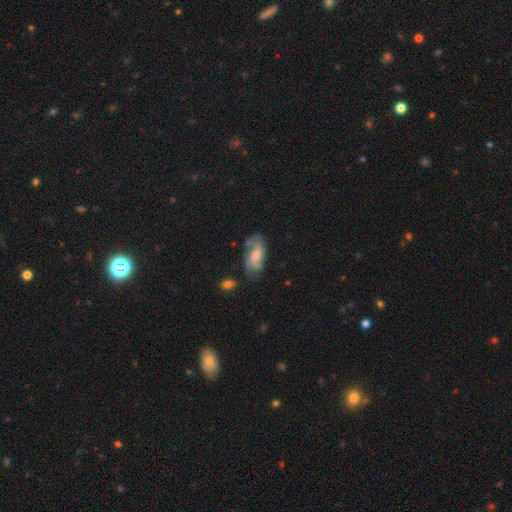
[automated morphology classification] The model was most divided on "smooth or featured": smooth: 49%, featured or disk: 45%, star or artifact: 7%. More confident: merging — none (56%).